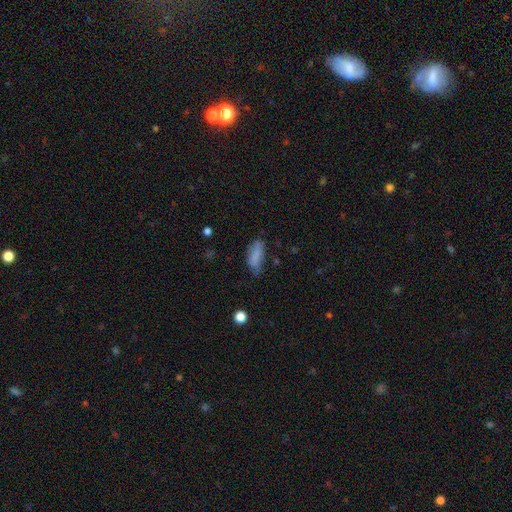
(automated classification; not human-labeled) The model was most divided on "merging": none: 49%, minor disturbance: 35%, major disturbance: 13%, merger: 3%. More confident: smooth or featured — smooth (77%); how rounded — in between (76%).